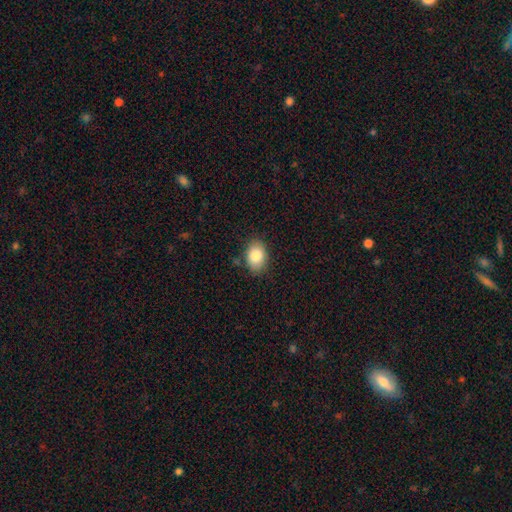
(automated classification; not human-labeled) Smooth or featured? smooth (85%)
How rounded? in between (80%)
Merging? none (83%)